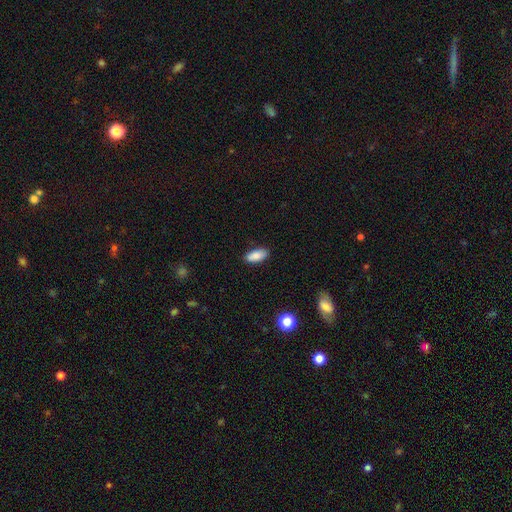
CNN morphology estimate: This appears to be a smooth galaxy with no disk features (85%) that is in between round and cigar-shaped (87%). Merging: none (84%).